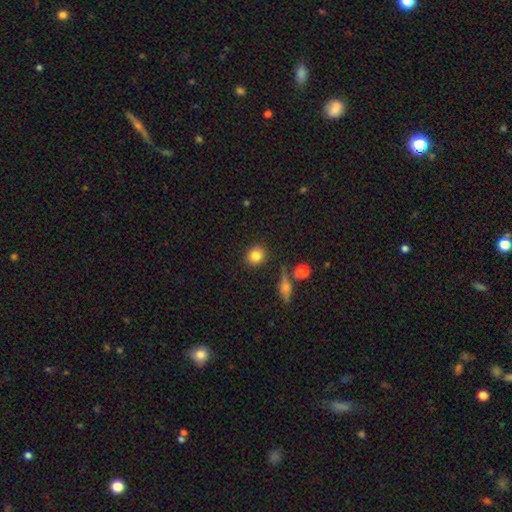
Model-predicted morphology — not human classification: smooth 82%, star or artifact 10%, featured or disk 8%. Down the decision tree: how rounded — round (83%); merging — none (86%).